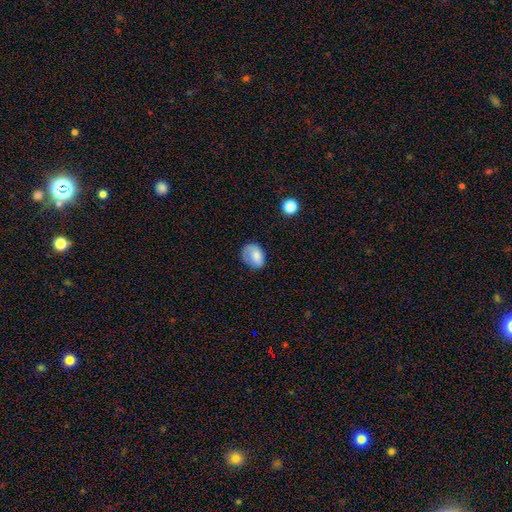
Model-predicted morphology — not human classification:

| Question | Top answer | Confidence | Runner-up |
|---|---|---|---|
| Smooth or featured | smooth | 73% | featured or disk (19%) |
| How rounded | in between | 63% | round (36%) |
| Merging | none | 57% | minor disturbance (28%) |